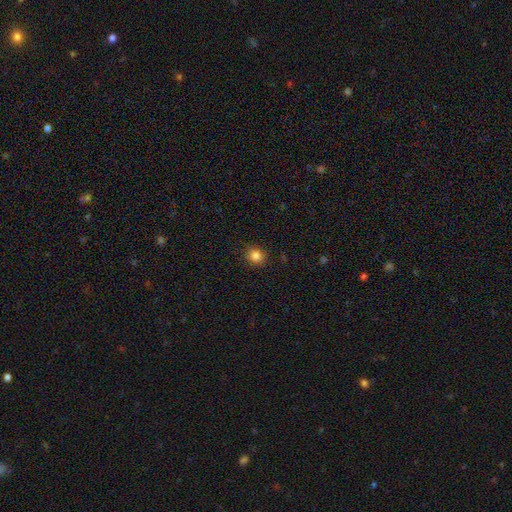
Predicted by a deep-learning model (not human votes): smooth 83%, star or artifact 12%, featured or disk 5%. Down the decision tree: how rounded — round (82%); merging — none (90%).